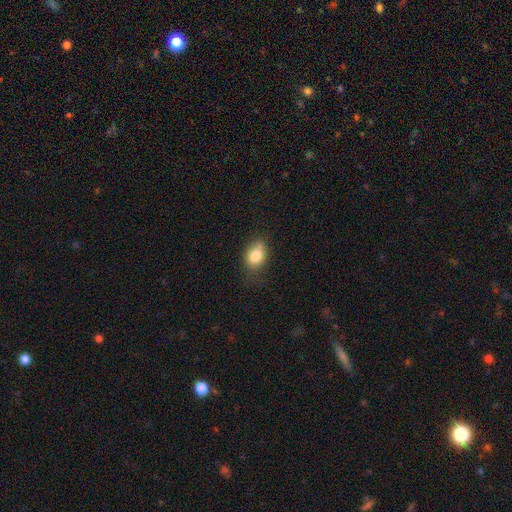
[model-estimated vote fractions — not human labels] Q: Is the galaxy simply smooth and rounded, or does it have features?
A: smooth — 80%.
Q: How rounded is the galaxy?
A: in between — 69%.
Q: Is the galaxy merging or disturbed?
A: none — 57%.